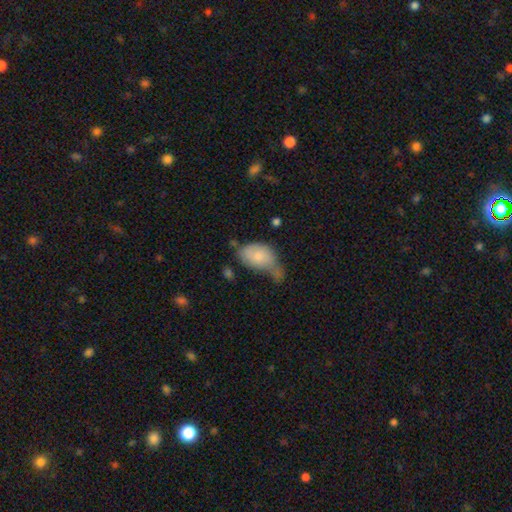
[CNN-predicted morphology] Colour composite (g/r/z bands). It shows a smooth galaxy with no disk features (76%) that is in between round and cigar-shaped (86%). Merging: minor disturbance (30%).